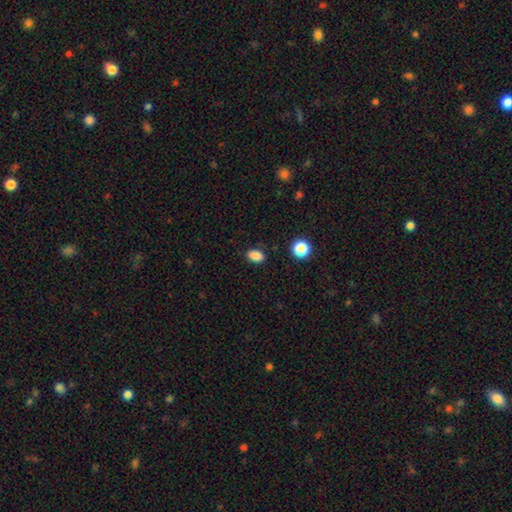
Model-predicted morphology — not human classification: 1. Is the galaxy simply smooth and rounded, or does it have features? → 86% smooth, 11% star or artifact, 3% featured or disk.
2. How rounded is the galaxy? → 81% in between, 17% round, 2% cigar-shaped.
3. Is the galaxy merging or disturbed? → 85% none, 10% minor disturbance, 3% major disturbance, 2% merger.